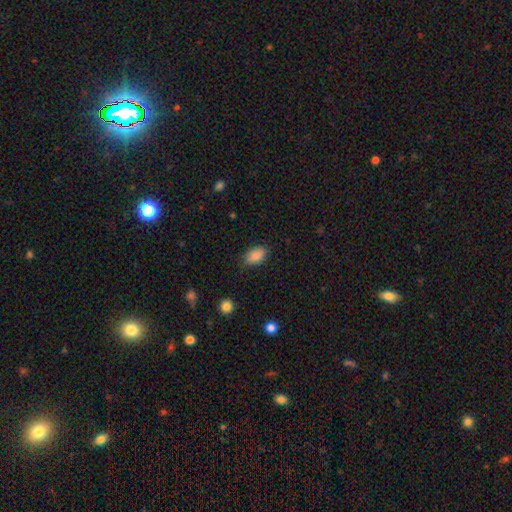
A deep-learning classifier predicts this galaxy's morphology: The model was most divided on "merging": none: 79%, minor disturbance: 16%, major disturbance: 3%, merger: 1%. More confident: how rounded — in between (91%); smooth or featured — smooth (88%).